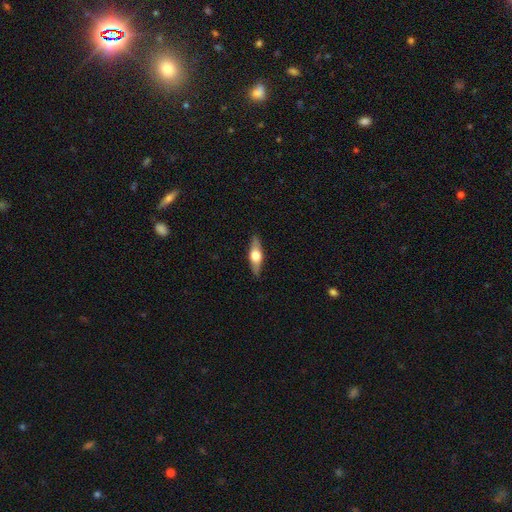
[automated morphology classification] Smooth or featured: featured or disk — 51% (smooth — 44%)
Edge-on disk: yes — 88% (no — 12%)
Merging: none — 87% (minor disturbance — 10%)